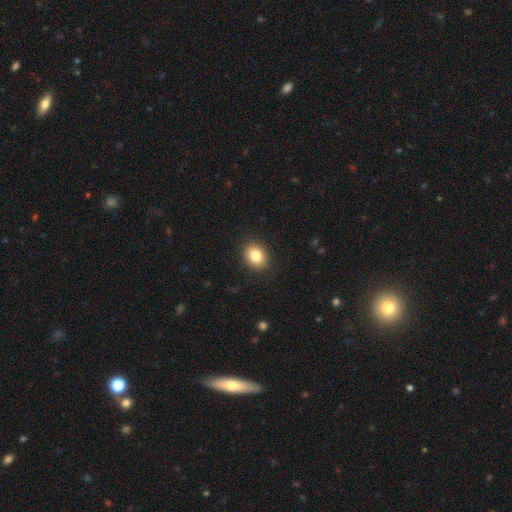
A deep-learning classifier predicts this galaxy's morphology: smooth 84%, star or artifact 9%, featured or disk 7%. Down the decision tree: how rounded — round (51%); merging — none (89%).